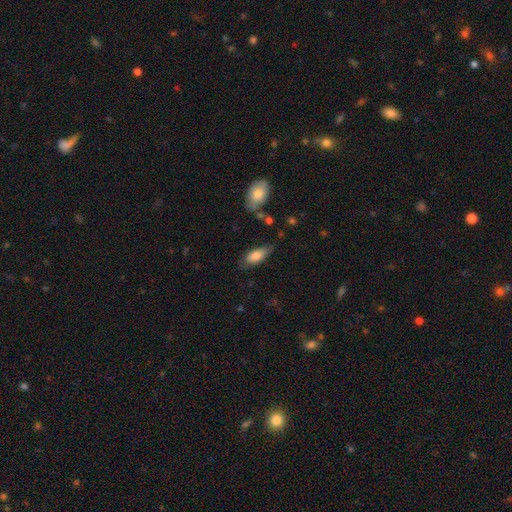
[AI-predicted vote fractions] A smooth galaxy with no disk features (79%) that is in between round and cigar-shaped (80%). Merging: none (63%).